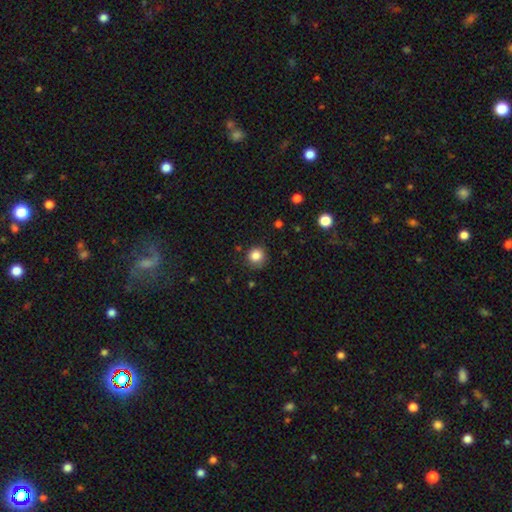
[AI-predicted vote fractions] Smooth or featured? Predicted: smooth (p=0.84). How rounded? Predicted: round (p=0.92). Merging? Predicted: none (p=0.83).